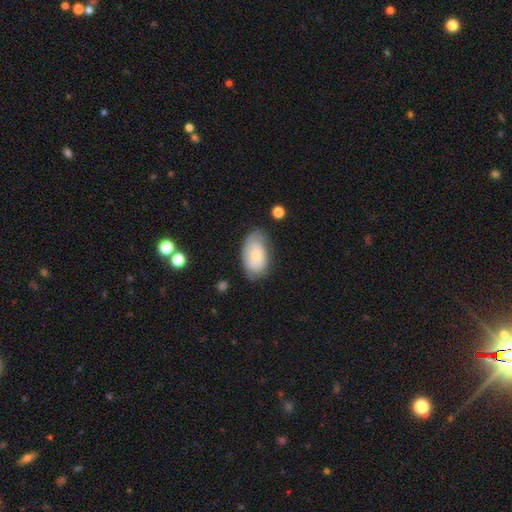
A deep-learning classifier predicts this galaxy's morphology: smooth-or-featured: smooth: 65% | featured or disk: 28% | star or artifact: 7%
  how-rounded: in between: 91% | round: 7% | cigar-shaped: 1%
  merging: none: 65% | minor disturbance: 25% | major disturbance: 7% | merger: 2%